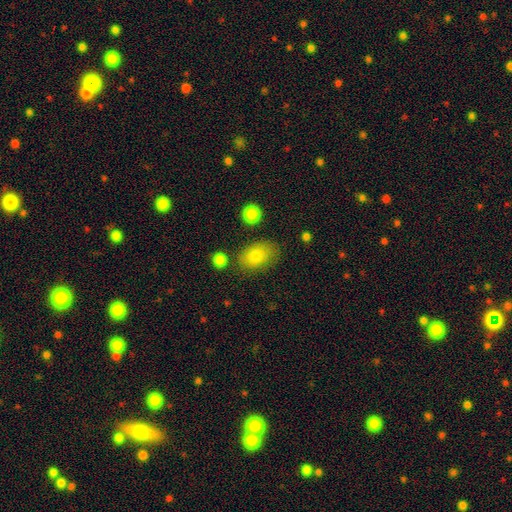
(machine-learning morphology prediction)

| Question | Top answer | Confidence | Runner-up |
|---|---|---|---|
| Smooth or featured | smooth | 78% | featured or disk (13%) |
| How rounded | in between | 84% | round (15%) |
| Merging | none | 73% | minor disturbance (18%) |